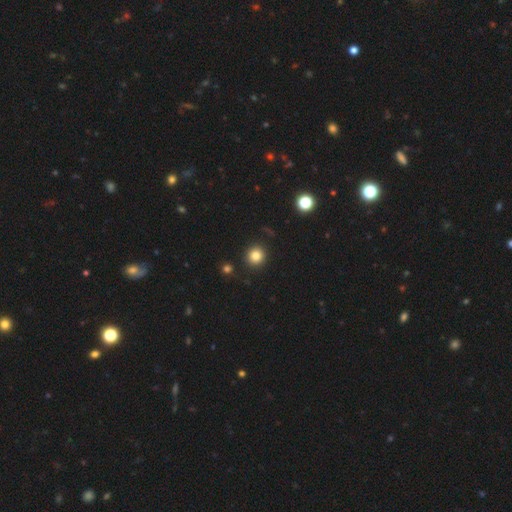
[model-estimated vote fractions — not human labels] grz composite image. It shows a smooth galaxy with no disk features (83%) that is round (92%). Merging: none (91%).